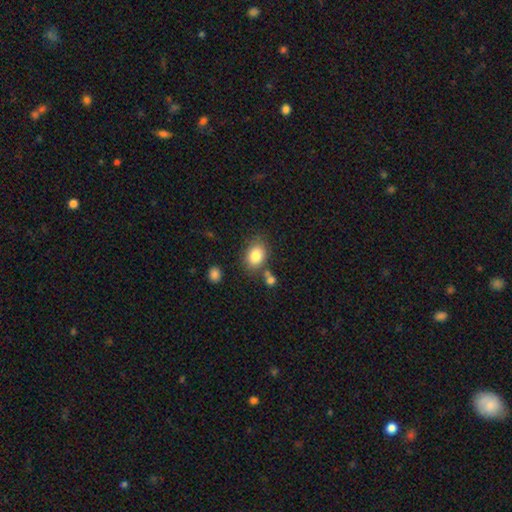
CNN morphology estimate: smooth-or-featured: smooth: 83% | featured or disk: 8% | star or artifact: 8%
  how-rounded: in between: 73% | round: 26% | cigar-shaped: 1%
  merging: none: 71% | minor disturbance: 15% | merger: 10% | major disturbance: 4%